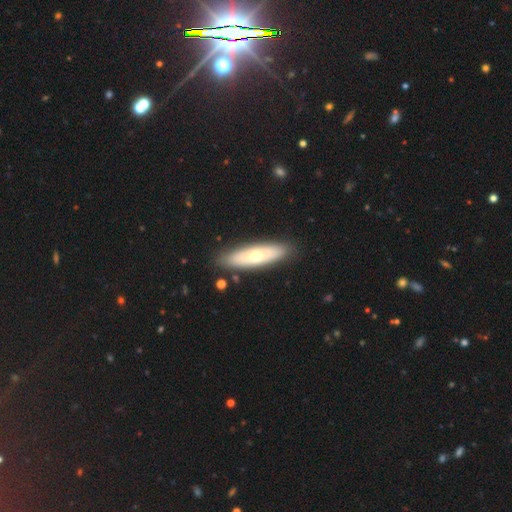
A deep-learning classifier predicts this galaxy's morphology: Q: Smooth or featured?
A: smooth (57%); runner-up: featured or disk (38%)
Q: How rounded?
A: cigar-shaped (54%); runner-up: in between (44%)
Q: Merging?
A: none (88%); runner-up: minor disturbance (9%)